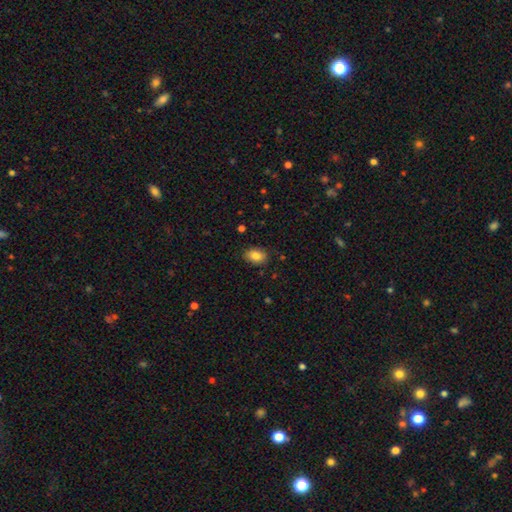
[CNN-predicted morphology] A smooth galaxy with no disk features (84%) that is in between round and cigar-shaped (83%). Merging: none (85%).